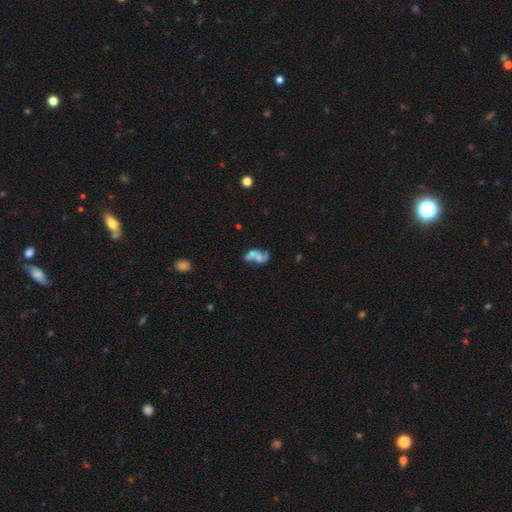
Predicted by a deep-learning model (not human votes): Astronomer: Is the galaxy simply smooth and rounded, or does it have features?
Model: featured or disk — 60%.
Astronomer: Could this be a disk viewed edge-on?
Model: no — 97%.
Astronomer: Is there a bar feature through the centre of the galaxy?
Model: no — 66%.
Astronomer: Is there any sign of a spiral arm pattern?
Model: yes — 68%.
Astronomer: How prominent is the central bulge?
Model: none — 45% (runner-up: small, 28%).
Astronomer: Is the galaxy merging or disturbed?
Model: none — 34% (runner-up: merger, 32%).